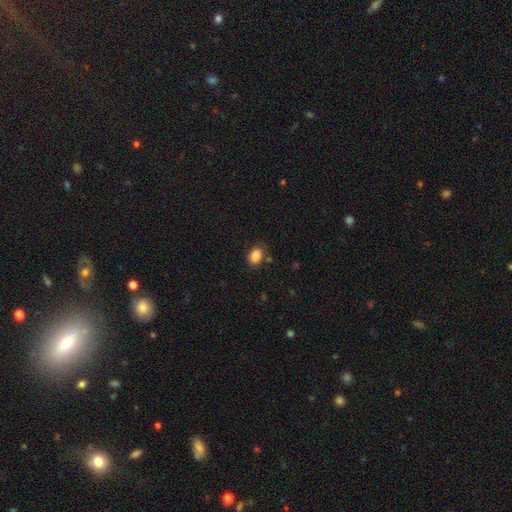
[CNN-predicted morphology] Overall: smooth (87%). How rounded: in between (74%). Merging: none (80%).